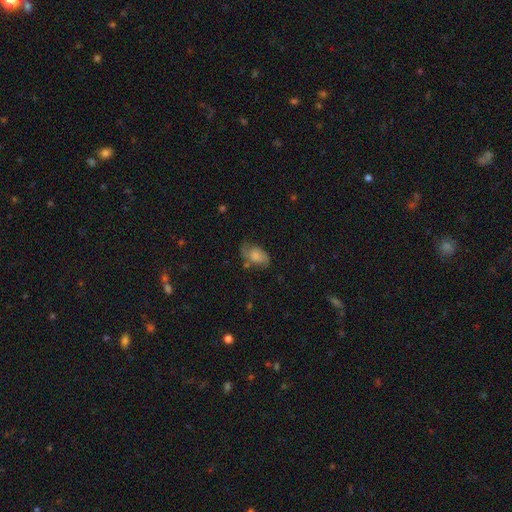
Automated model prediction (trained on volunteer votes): Smooth or featured? smooth (60%)
How rounded? in between (88%)
Merging? none (50%)